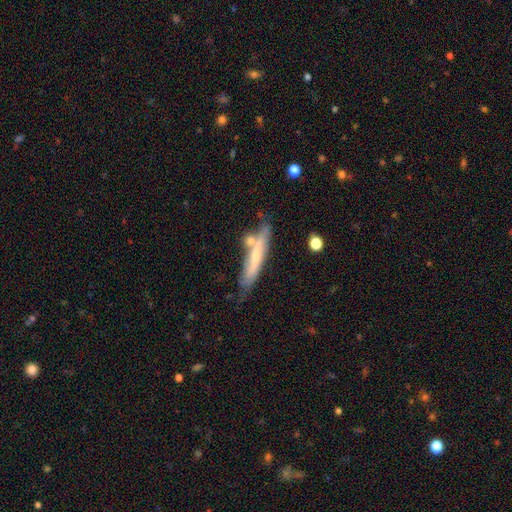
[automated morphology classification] A smooth galaxy with no disk features (50%) that is cigar-shaped (89%).

Vote fractions:
- Smooth or featured? smooth: 50% / featured or disk: 43% / star or artifact: 7%
- How rounded? cigar-shaped: 89% / in between: 9% / round: 2%
- Merging? none: 58% / minor disturbance: 22% / merger: 14% / major disturbance: 6%